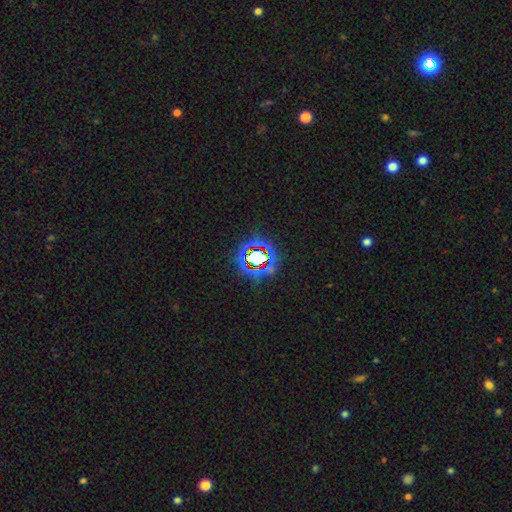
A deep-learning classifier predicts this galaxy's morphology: A star or artifact, not a galaxy (74%).

Vote fractions:
- Smooth or featured? star or artifact: 74% / smooth: 16% / featured or disk: 11%